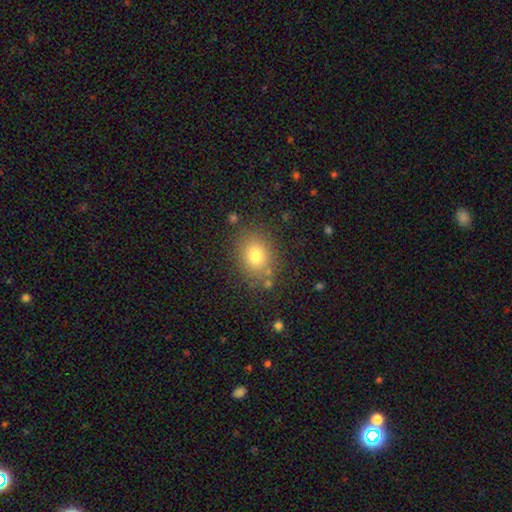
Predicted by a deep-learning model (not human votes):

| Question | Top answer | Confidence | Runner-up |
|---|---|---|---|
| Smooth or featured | smooth | 77% | star or artifact (12%) |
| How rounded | round | 51% | in between (48%) |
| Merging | none | 80% | minor disturbance (12%) |